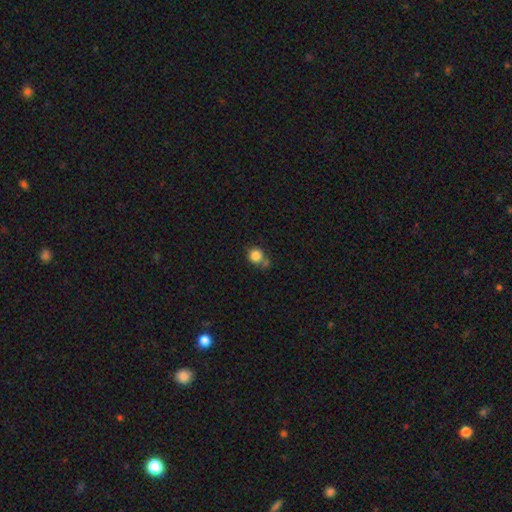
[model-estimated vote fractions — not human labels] smooth_or_featured: smooth (p=0.84) [alt: star or artifact p=0.10]
how_rounded: round (p=0.89) [alt: in between p=0.10]
merging: none (p=0.60) [alt: merger p=0.21]